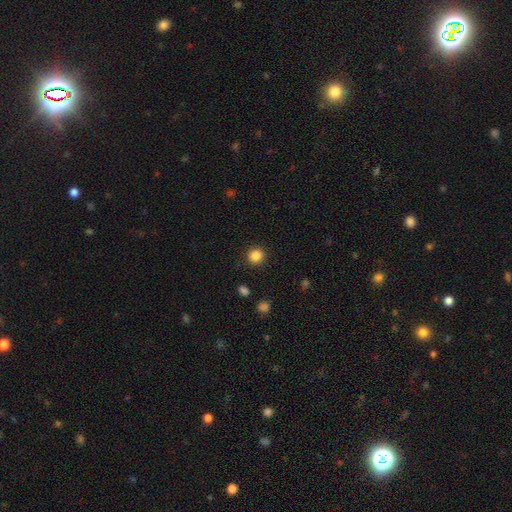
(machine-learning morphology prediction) A smooth galaxy with no disk features (86%) that is round (92%).

Vote fractions:
- Smooth or featured? smooth: 86% / star or artifact: 11% / featured or disk: 4%
- How rounded? round: 92% / in between: 7% / cigar-shaped: 1%
- Merging? none: 91% / minor disturbance: 6% / major disturbance: 2% / merger: 1%